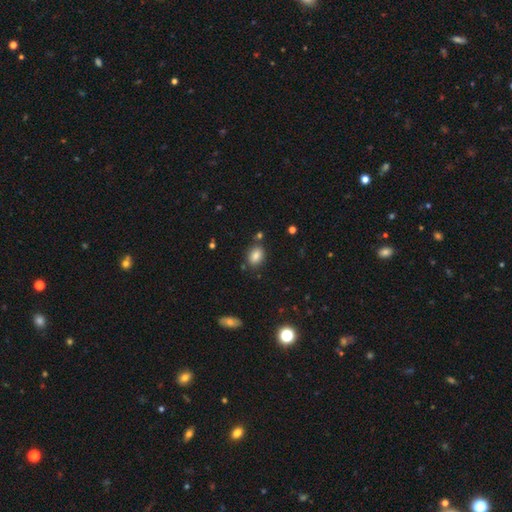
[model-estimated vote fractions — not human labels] The model was most divided on "how rounded": in between: 77%, round: 21%, cigar-shaped: 1%. More confident: smooth or featured — smooth (82%); merging — none (79%).